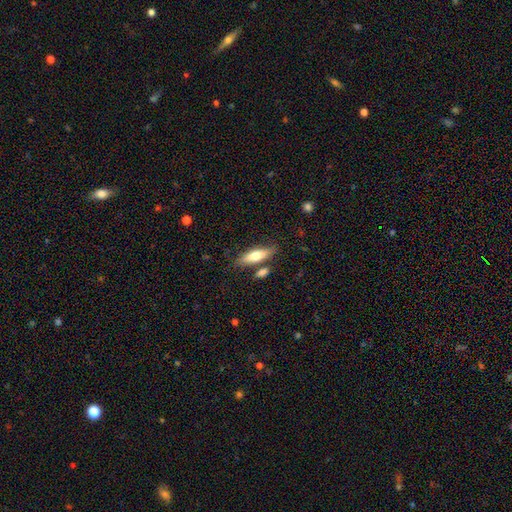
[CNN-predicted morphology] This appears to be a smooth galaxy with no disk features (65%) that is in between round and cigar-shaped (49%, tied with cigar-shaped). Merging: none (71%).